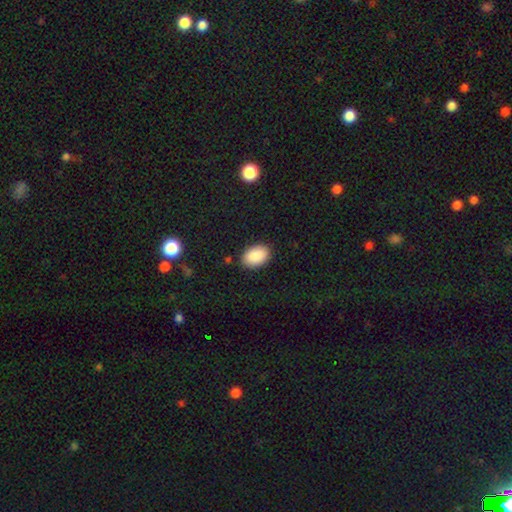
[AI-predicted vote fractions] Smooth or featured?
  - smooth: 90% *
  - star or artifact: 7%
  - featured or disk: 3%
How rounded?
  - in between: 90% *
  - round: 9%
  - cigar-shaped: 1%
Merging?
  - none: 88% *
  - minor disturbance: 9%
  - major disturbance: 2%
  - merger: 1%